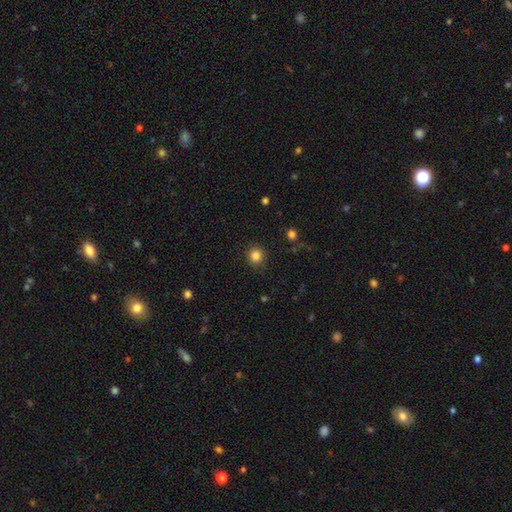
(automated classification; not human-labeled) smooth-or-featured: smooth: 84% | star or artifact: 12% | featured or disk: 4%
  how-rounded: round: 91% | in between: 8% | cigar-shaped: 1%
  merging: none: 91% | minor disturbance: 6% | major disturbance: 2% | merger: 1%